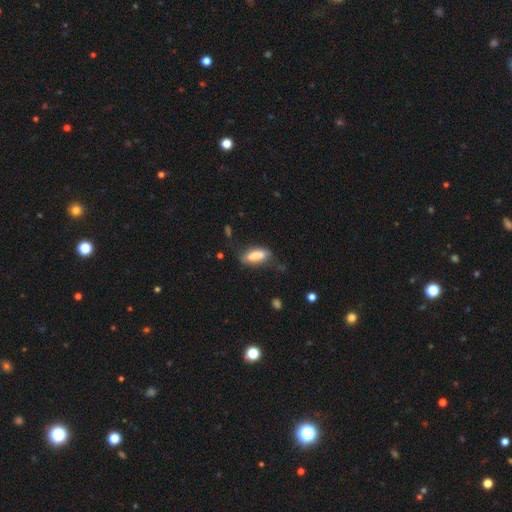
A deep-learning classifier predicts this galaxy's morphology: Overall: smooth (77%). How rounded: in between (68%; cigar-shaped 30%). Merging: none (59%; minor disturbance 26%).